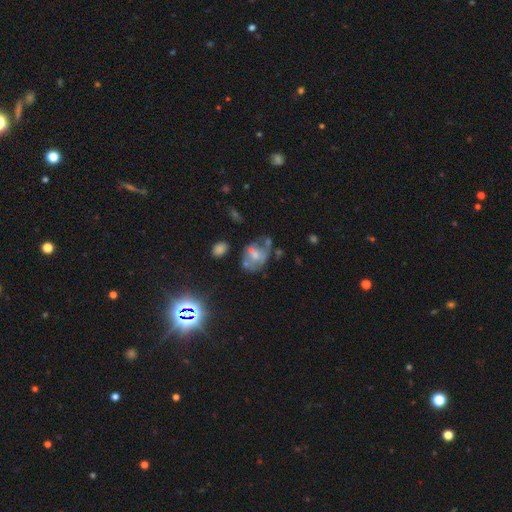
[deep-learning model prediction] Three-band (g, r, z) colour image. It shows a featured or disk galaxy (45%). Merging: none (33%).